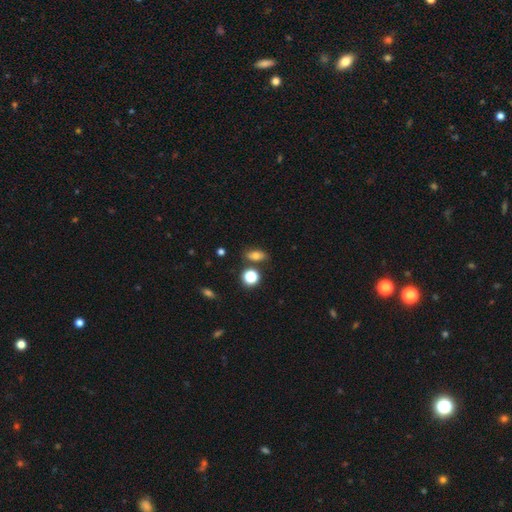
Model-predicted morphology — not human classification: smooth 69%, star or artifact 16%, featured or disk 15%. Down the decision tree: how rounded — in between (75%); merging — none (75%).